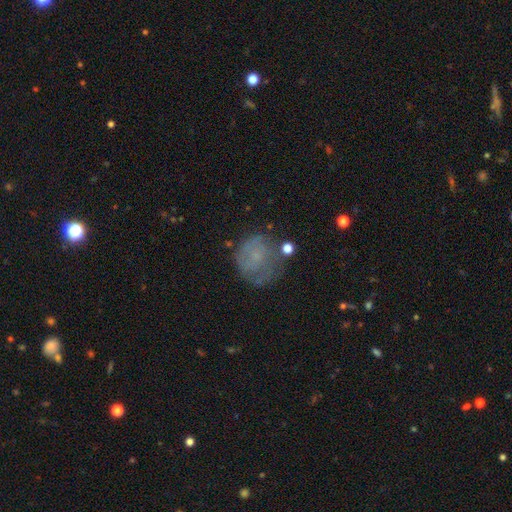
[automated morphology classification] smooth 52%, featured or disk 35%, star or artifact 13%. Down the decision tree: how rounded — round (76%); merging — none (54%).